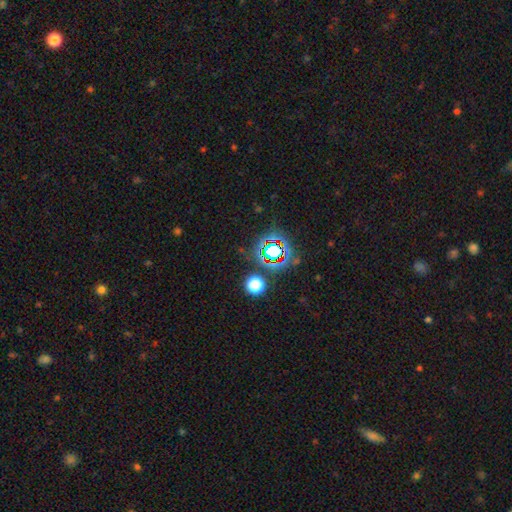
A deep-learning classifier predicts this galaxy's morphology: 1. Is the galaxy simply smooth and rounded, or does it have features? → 75% star or artifact, 15% smooth, 9% featured or disk.